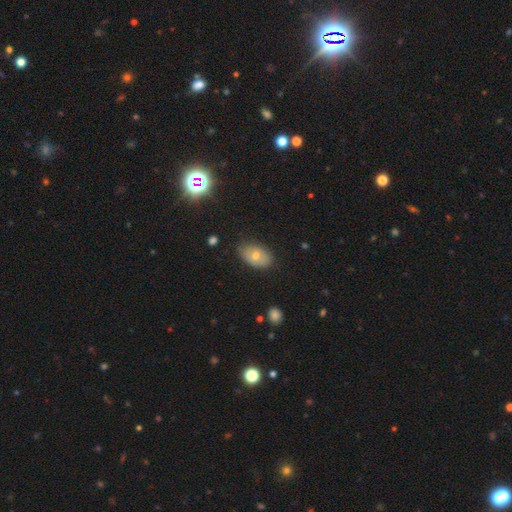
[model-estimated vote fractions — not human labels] Smooth or featured?
  - smooth: 62% *
  - featured or disk: 29%
  - star or artifact: 9%
How rounded?
  - in between: 87% *
  - round: 11%
  - cigar-shaped: 1%
Merging?
  - none: 72% *
  - minor disturbance: 22%
  - major disturbance: 4%
  - merger: 1%